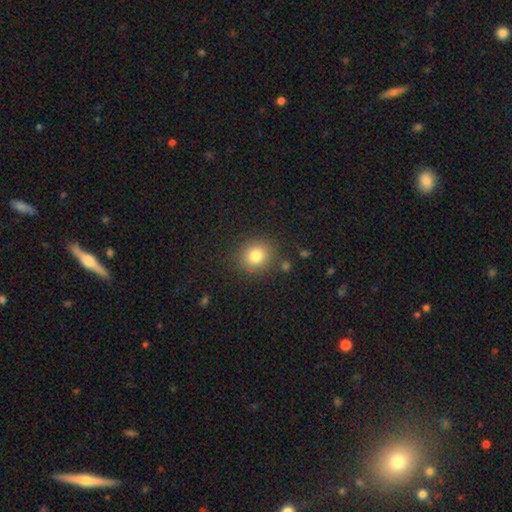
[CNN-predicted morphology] The model was most divided on "smooth or featured": smooth: 80%, star or artifact: 12%, featured or disk: 8%. More confident: merging — none (85%); how rounded — round (84%).